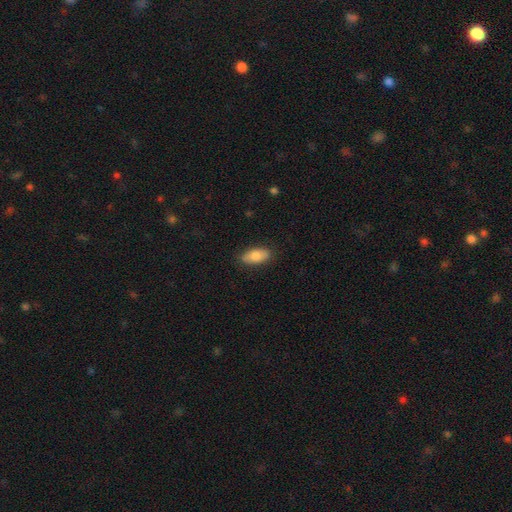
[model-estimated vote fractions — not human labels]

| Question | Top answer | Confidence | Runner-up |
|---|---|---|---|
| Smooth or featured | smooth | 81% | featured or disk (13%) |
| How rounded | in between | 89% | cigar-shaped (8%) |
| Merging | none | 86% | minor disturbance (11%) |